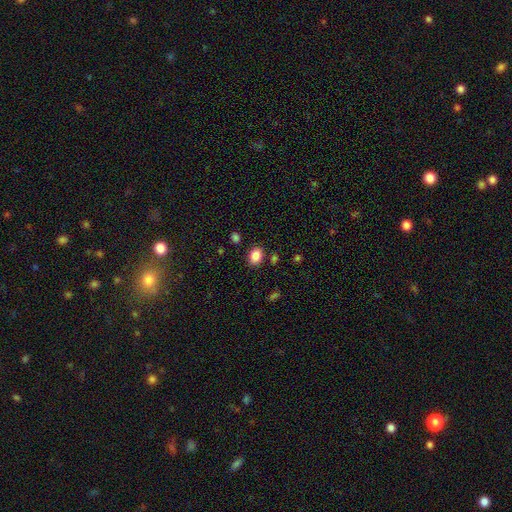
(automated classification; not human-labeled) Smooth or featured? Predicted: smooth (p=0.85). How rounded? Predicted: in between (p=0.59). Merging? Predicted: none (p=0.84).